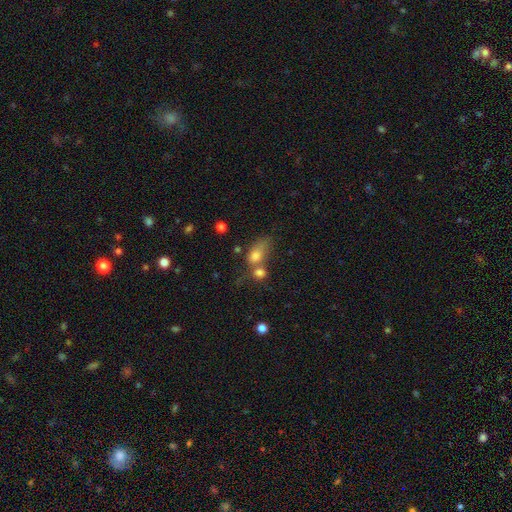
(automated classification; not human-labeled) A smooth galaxy with no disk features (75%) that is in between round and cigar-shaped (74%). Merging: merger (48%).